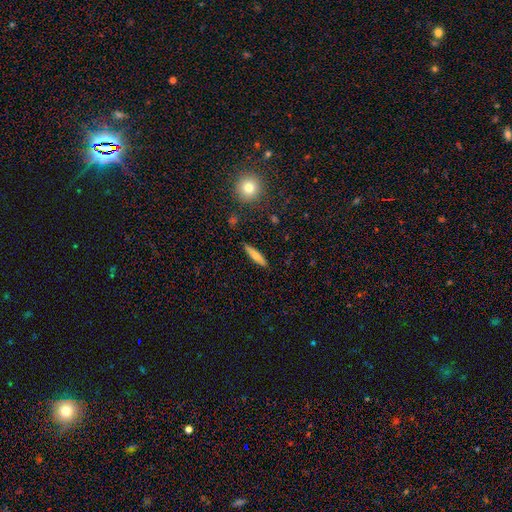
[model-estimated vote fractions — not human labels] Morphology: type=smooth (56%); roundness=cigar-shaped (79%); merging=none (88%).